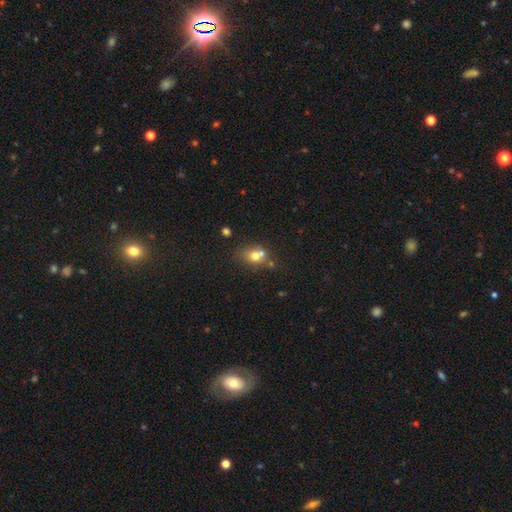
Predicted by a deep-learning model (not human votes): smooth 69%, featured or disk 18%, star or artifact 14%. Down the decision tree: how rounded — round (56%); merging — none (43%).